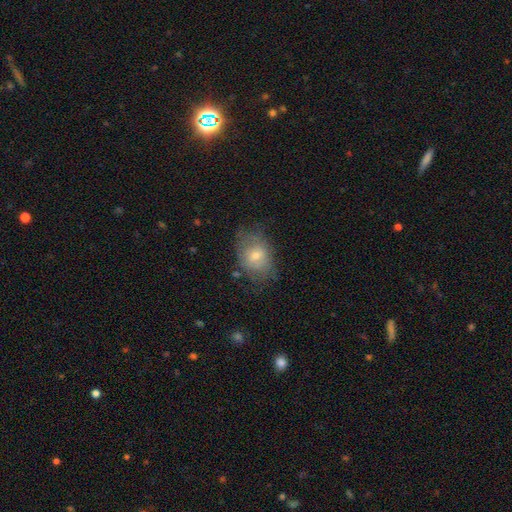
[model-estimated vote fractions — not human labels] Morphology: type=smooth (60%); roundness=in between (67%); merging=none (56%).